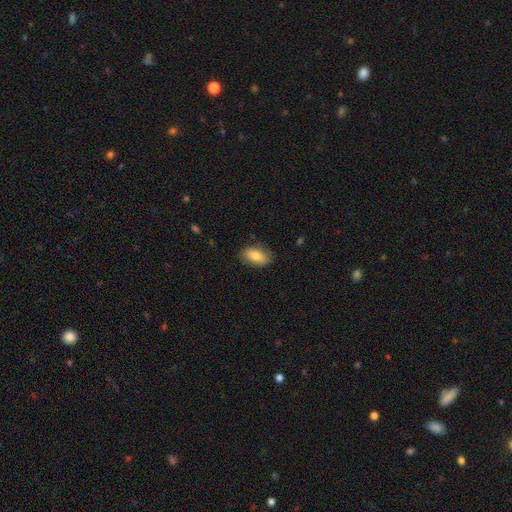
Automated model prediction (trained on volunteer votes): smooth 79%, featured or disk 14%, star or artifact 7%. Down the decision tree: how rounded — in between (91%); merging — none (81%).